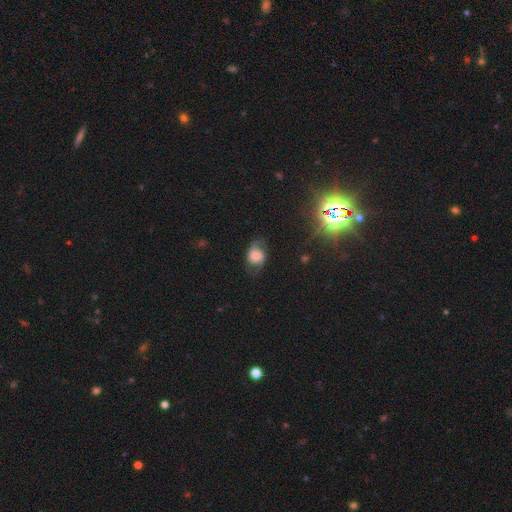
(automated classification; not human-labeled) Smooth or featured: featured or disk — 44% (tied with smooth — 44%)
Merging: none — 61% (minor disturbance — 25%)